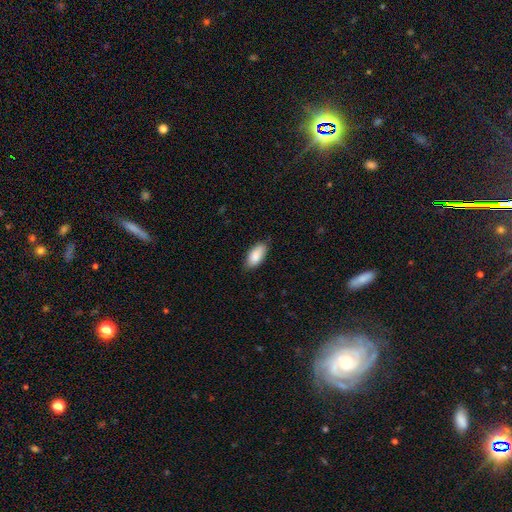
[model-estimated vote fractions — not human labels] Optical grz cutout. It shows a smooth galaxy with no disk features (88%) that is in between round and cigar-shaped (91%). Merging: none (83%).